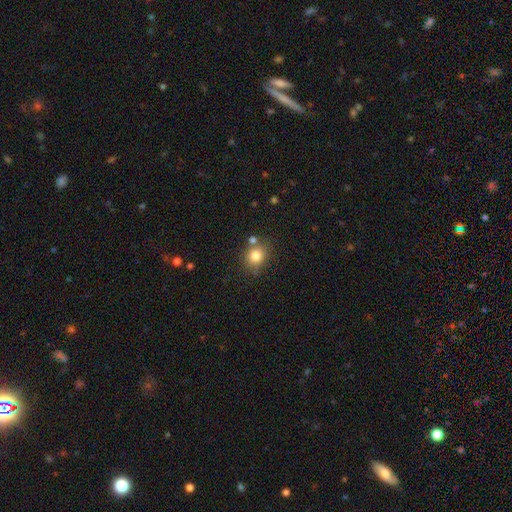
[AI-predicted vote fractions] Morphology: type=smooth (81%); roundness=round (68%); merging=none (70%).